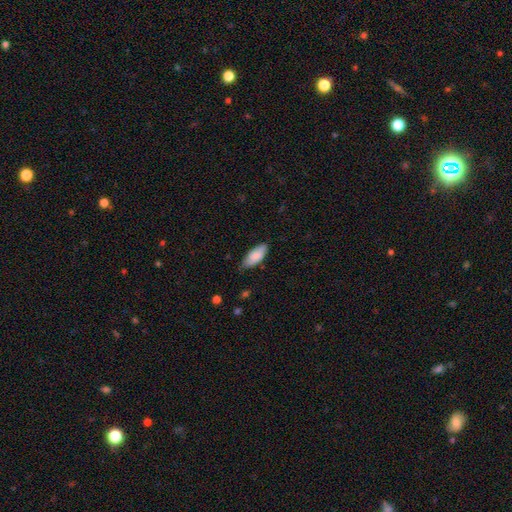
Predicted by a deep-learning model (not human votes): Smooth or featured: smooth — 86% (featured or disk — 8%)
How rounded: in between — 82% (cigar-shaped — 16%)
Merging: none — 73% (minor disturbance — 23%)